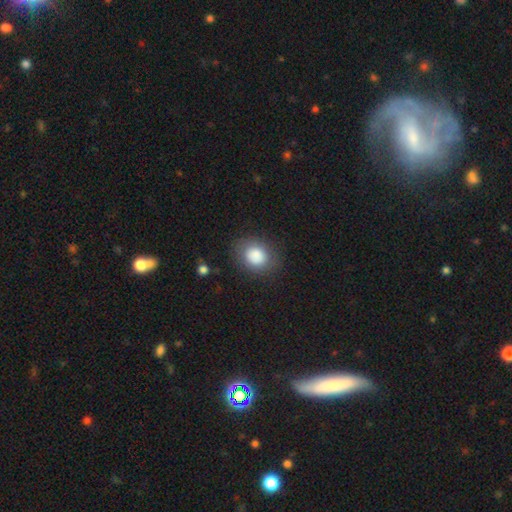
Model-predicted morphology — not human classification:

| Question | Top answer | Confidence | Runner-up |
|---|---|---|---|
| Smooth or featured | smooth | 82% | featured or disk (9%) |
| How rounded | round | 54% | in between (45%) |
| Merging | none | 77% | minor disturbance (15%) |